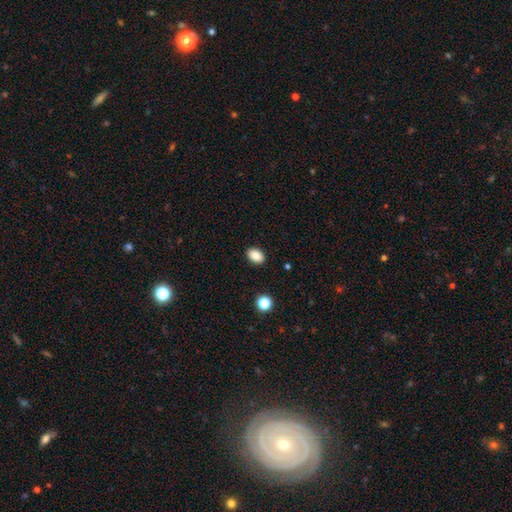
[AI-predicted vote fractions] A smooth galaxy with no disk features (86%) that is in between round and cigar-shaped (80%).

Vote fractions:
- Smooth or featured? smooth: 86% / star or artifact: 9% / featured or disk: 5%
- How rounded? in between: 80% / round: 19% / cigar-shaped: 1%
- Merging? none: 90% / minor disturbance: 7% / major disturbance: 2% / merger: 1%